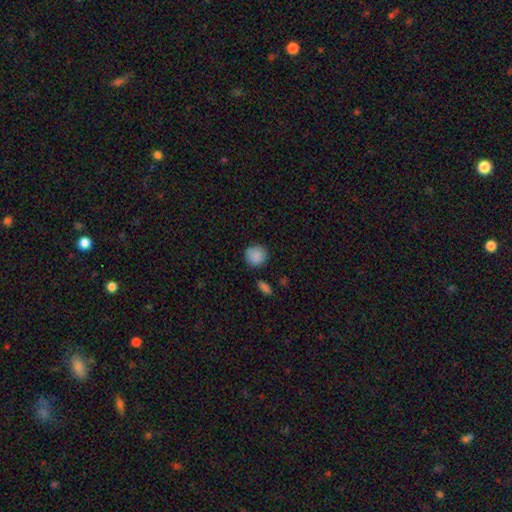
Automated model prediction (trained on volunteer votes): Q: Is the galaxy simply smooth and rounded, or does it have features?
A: smooth — 88%.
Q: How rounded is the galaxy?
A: round — 90%.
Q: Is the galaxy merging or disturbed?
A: none — 85%.